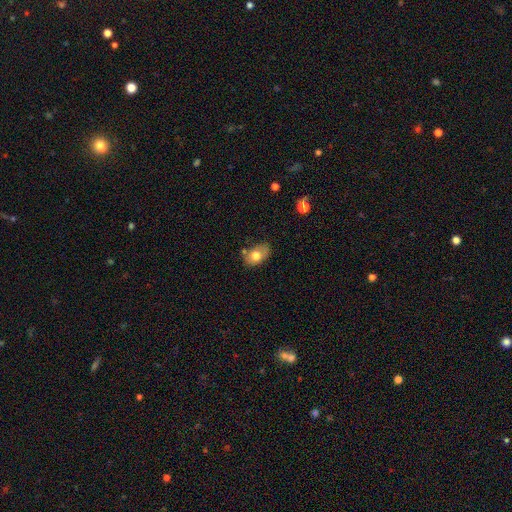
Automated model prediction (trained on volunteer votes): The model was most divided on "merging": none: 58%, minor disturbance: 28%, merger: 8%, major disturbance: 7%. More confident: how rounded — in between (80%); smooth or featured — smooth (71%).